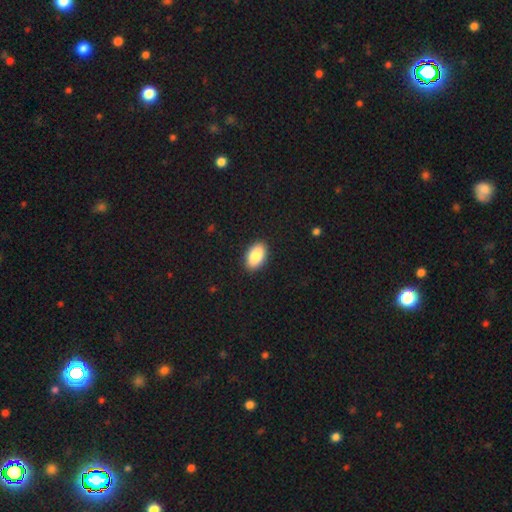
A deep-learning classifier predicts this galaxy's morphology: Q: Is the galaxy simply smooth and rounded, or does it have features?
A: smooth — 85%.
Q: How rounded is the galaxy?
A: in between — 93%.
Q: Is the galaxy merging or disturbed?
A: none — 90%.